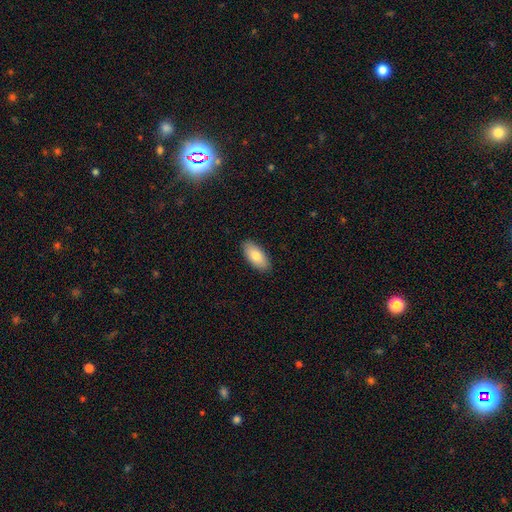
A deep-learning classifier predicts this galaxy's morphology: smooth-or-featured: smooth: 81% | featured or disk: 13% | star or artifact: 6%
  how-rounded: in between: 91% | cigar-shaped: 6% | round: 2%
  merging: none: 89% | minor disturbance: 8% | major disturbance: 2% | merger: 1%